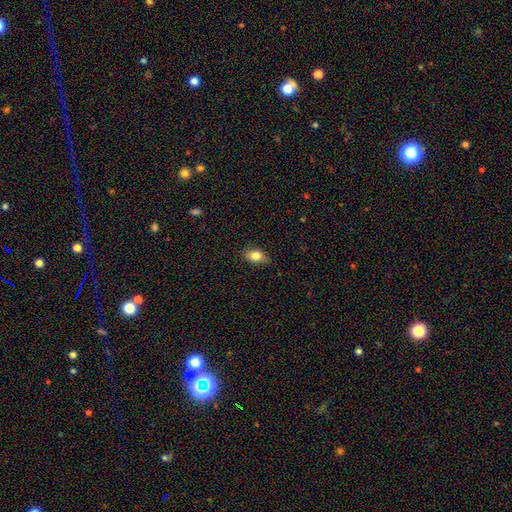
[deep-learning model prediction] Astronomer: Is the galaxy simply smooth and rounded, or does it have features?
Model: smooth — 82%.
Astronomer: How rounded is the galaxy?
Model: in between — 80%.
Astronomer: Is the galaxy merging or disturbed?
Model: none — 84%.